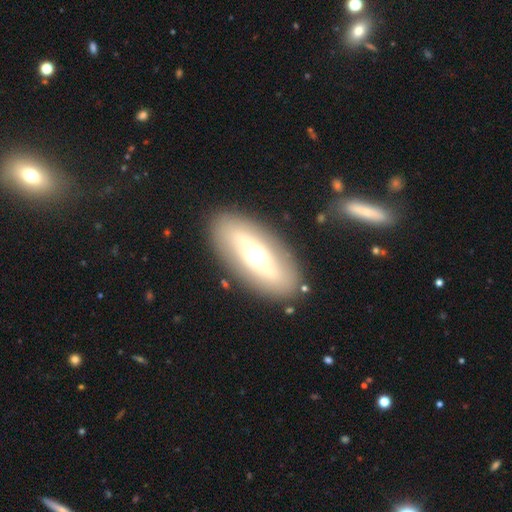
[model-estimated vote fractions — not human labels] Smooth or featured? Predicted: featured or disk (p=0.49). Merging? Predicted: none (p=0.83).